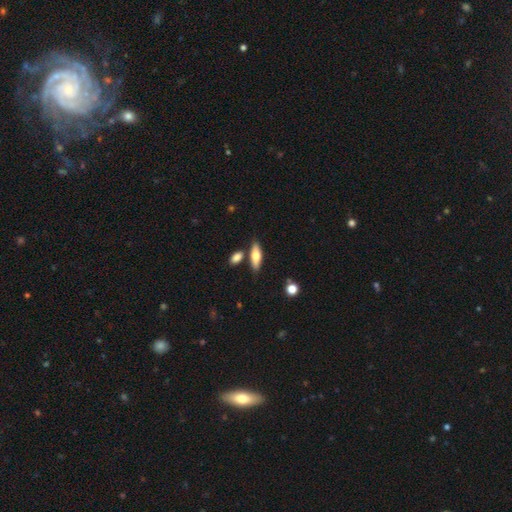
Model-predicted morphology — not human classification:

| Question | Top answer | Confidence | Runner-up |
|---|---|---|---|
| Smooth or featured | smooth | 64% | featured or disk (30%) |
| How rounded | in between | 55% | cigar-shaped (42%) |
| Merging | none | 77% | merger (11%) |